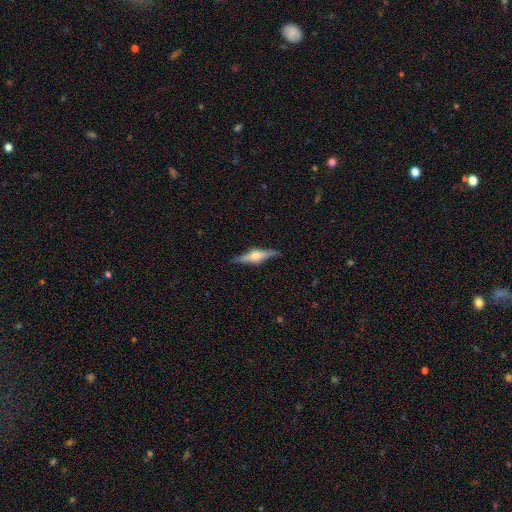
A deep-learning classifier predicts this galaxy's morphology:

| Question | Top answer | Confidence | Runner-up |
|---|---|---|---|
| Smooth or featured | featured or disk | 74% | smooth (20%) |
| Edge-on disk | yes | 97% | no (3%) |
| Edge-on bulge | rounded | 91% | boxy (7%) |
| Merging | none | 88% | minor disturbance (9%) |